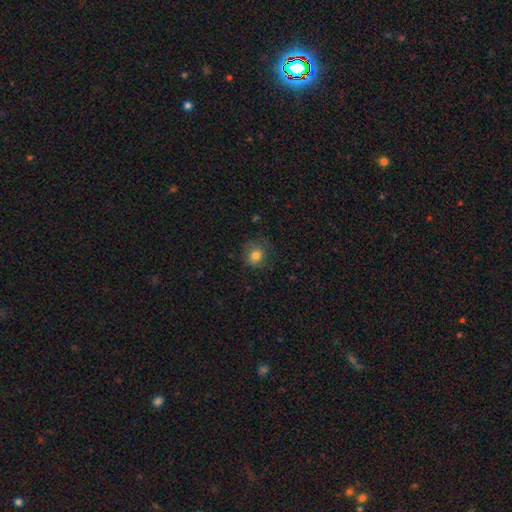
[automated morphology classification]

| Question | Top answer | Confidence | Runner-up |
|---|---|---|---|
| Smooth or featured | smooth | 79% | star or artifact (11%) |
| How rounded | round | 80% | in between (20%) |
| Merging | none | 70% | minor disturbance (20%) |